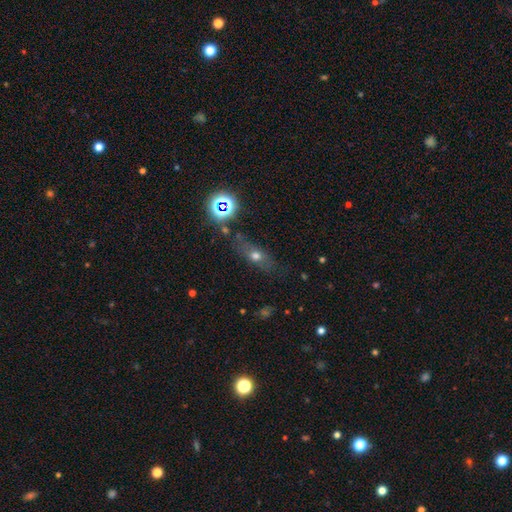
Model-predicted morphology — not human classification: smooth 56%, featured or disk 24%, star or artifact 19%. Down the decision tree: how rounded — in between (55%); merging — none (66%).